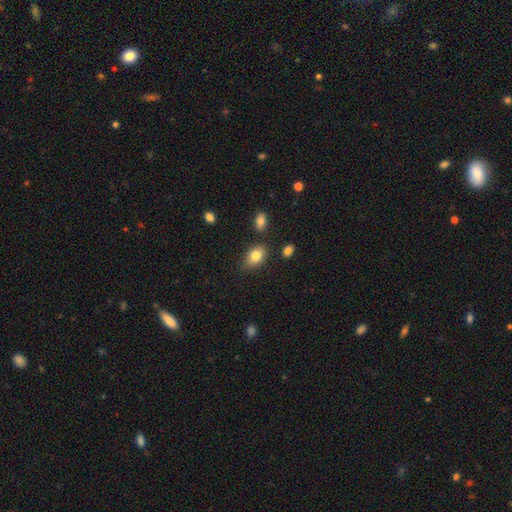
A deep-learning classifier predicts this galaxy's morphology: type=smooth (81%); roundness=in between (83%); merging=none (75%).